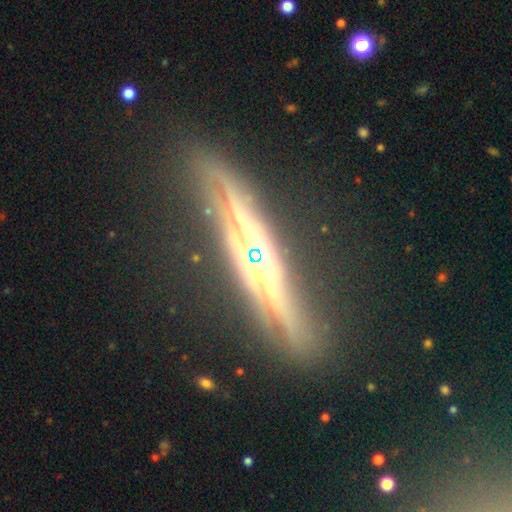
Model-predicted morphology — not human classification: A featured or disk galaxy (76%) viewed edge-on (90%) with a rounded central bulge (54%).

Vote fractions:
- Smooth or featured? featured or disk: 76% / star or artifact: 12% / smooth: 12%
- Edge-on disk? yes: 90% / no: 10%
- Edge-on bulge? rounded: 54% / none: 28% / boxy: 18%
- Merging? none: 82% / minor disturbance: 11% / major disturbance: 4% / merger: 3%